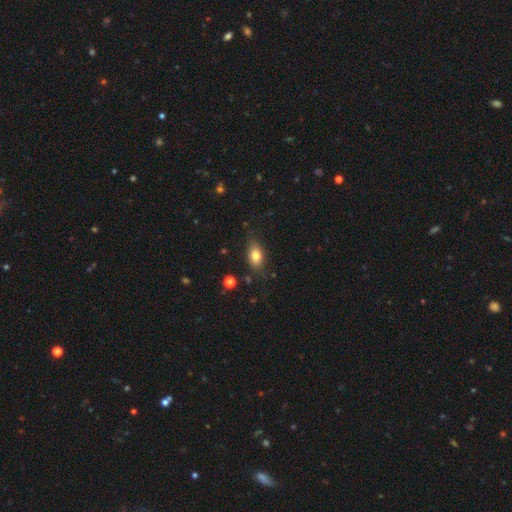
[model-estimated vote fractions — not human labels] smooth-or-featured: smooth: 79% | featured or disk: 12% | star or artifact: 9%
  how-rounded: in between: 84% | round: 11% | cigar-shaped: 5%
  merging: none: 76% | minor disturbance: 18% | major disturbance: 4% | merger: 2%